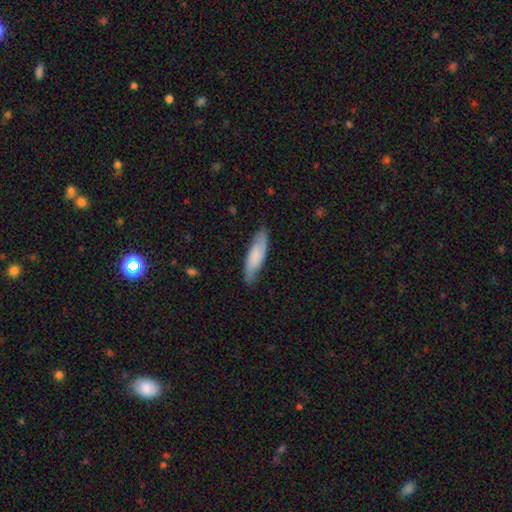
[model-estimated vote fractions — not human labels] Q: Smooth or featured?
A: smooth (68%); runner-up: featured or disk (26%)
Q: How rounded?
A: cigar-shaped (62%); runner-up: in between (36%)
Q: Merging?
A: none (82%); runner-up: minor disturbance (14%)